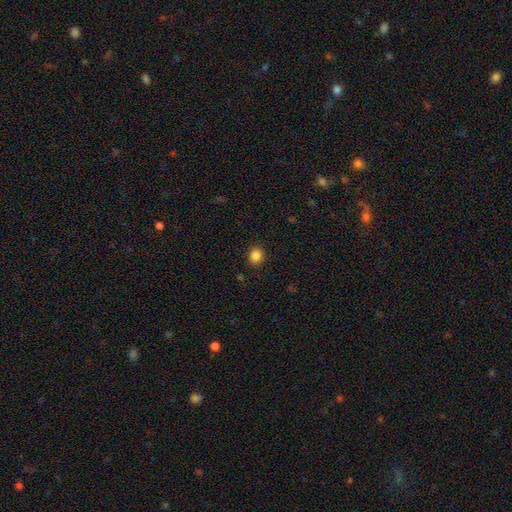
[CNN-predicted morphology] A smooth galaxy with no disk features (85%) that is round (69%). Merging: none (90%).